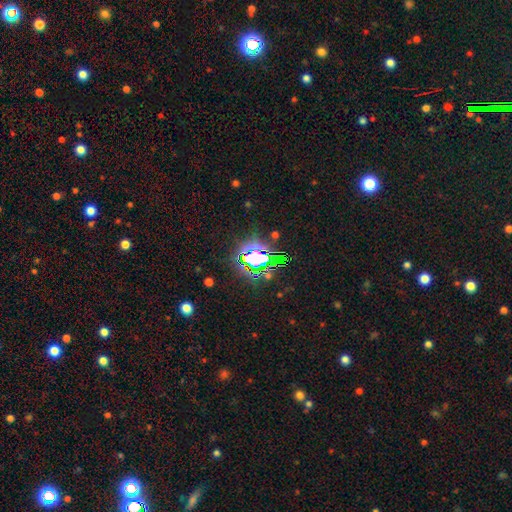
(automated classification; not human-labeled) A star or artifact, not a galaxy (70%).

Vote fractions:
- Smooth or featured? star or artifact: 70% / smooth: 19% / featured or disk: 11%